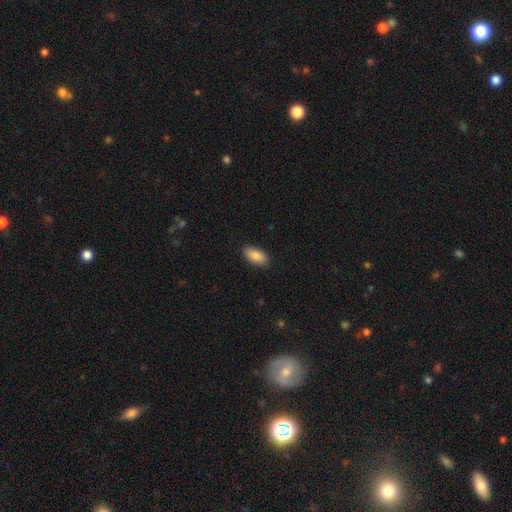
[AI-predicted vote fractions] Smooth or featured?
  - smooth: 88% *
  - star or artifact: 6%
  - featured or disk: 6%
How rounded?
  - in between: 91% *
  - cigar-shaped: 7%
  - round: 2%
Merging?
  - none: 88% *
  - minor disturbance: 9%
  - major disturbance: 2%
  - merger: 1%